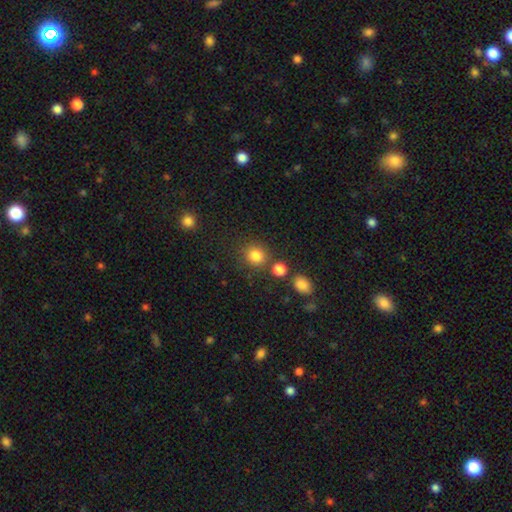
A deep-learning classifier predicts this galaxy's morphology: This is clearly a smooth galaxy (83%). How rounded: clearly round (86%). Merging: likely none (78%).